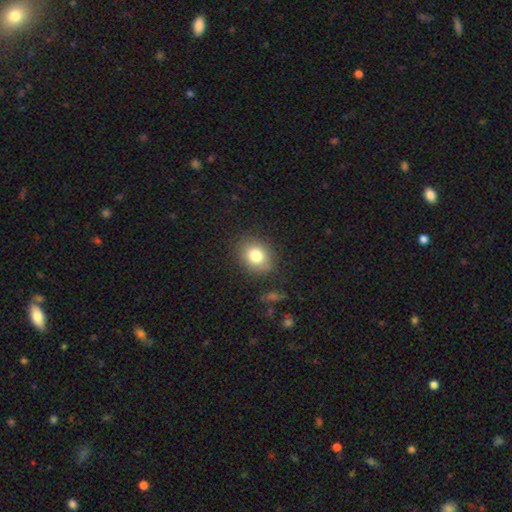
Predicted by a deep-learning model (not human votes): The model was most divided on "how rounded": round: 57%, in between: 42%, cigar-shaped: 1%. More confident: merging — none (84%); smooth or featured — smooth (79%).